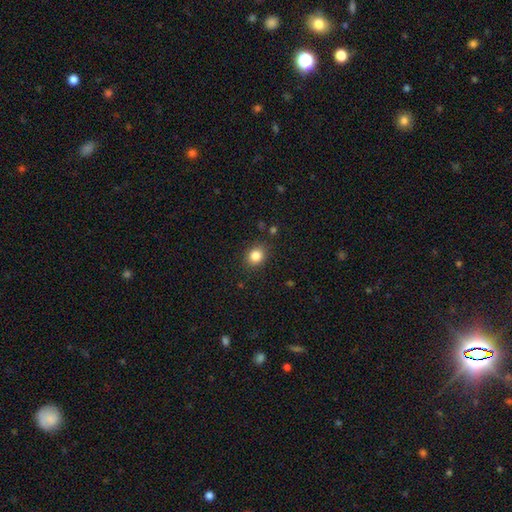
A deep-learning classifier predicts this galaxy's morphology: Smooth or featured? smooth (84%)
How rounded? round (65%)
Merging? none (86%)